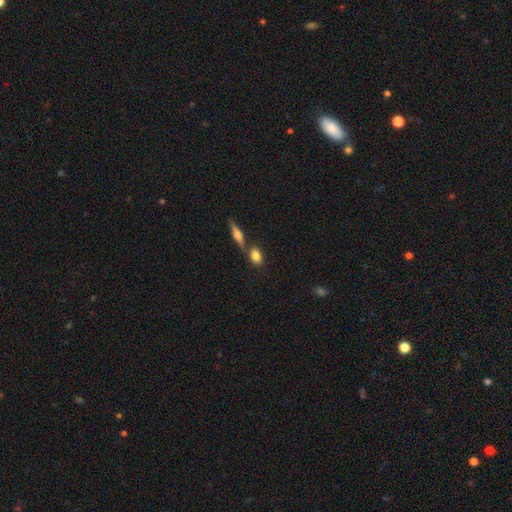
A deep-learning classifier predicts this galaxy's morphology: smooth-or-featured: smooth: 80% | featured or disk: 12% | star or artifact: 8%
  how-rounded: in between: 72% | round: 22% | cigar-shaped: 6%
  merging: none: 60% | merger: 25% | minor disturbance: 11% | major disturbance: 3%